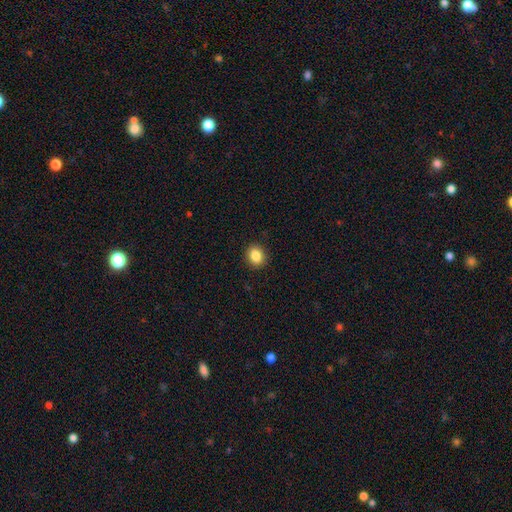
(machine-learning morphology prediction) Smooth or featured? Predicted: smooth (p=0.86). How rounded? Predicted: round (p=0.65). Merging? Predicted: none (p=0.91).